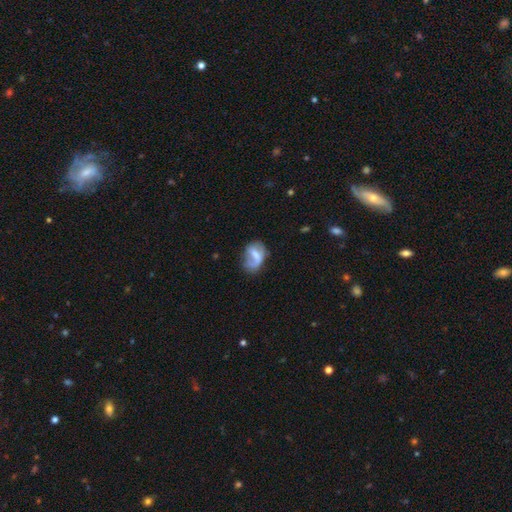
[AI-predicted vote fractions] Q: Smooth or featured?
A: smooth (49%); runner-up: featured or disk (43%)
Q: Merging?
A: none (37%); runner-up: major disturbance (29%)